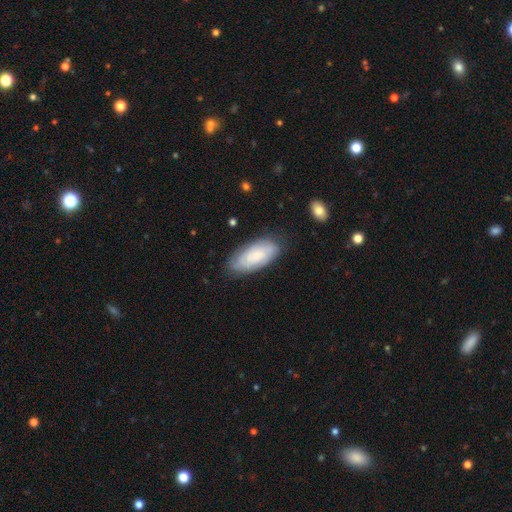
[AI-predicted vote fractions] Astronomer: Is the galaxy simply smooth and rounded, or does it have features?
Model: smooth — 48% (runner-up: featured or disk, 44%).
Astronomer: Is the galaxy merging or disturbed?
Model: none — 76%.